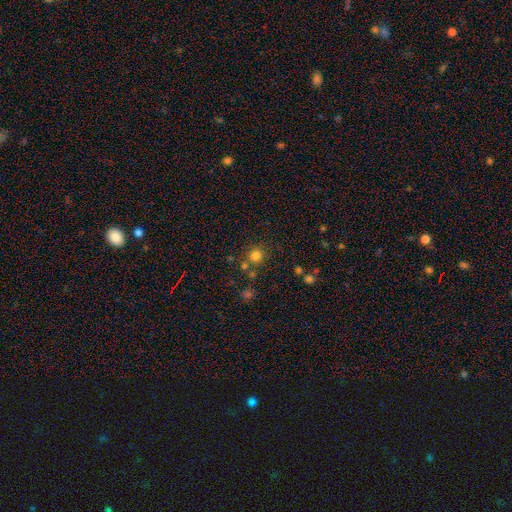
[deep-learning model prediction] smooth_or_featured: smooth (p=0.76) [alt: star or artifact p=0.17]
how_rounded: round (p=0.90) [alt: in between p=0.09]
merging: none (p=0.74) [alt: merger p=0.13]